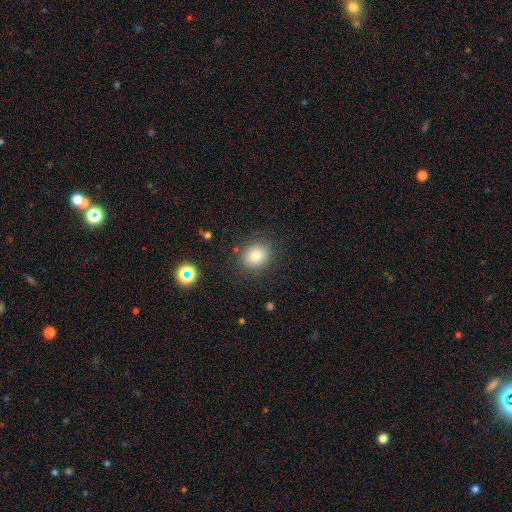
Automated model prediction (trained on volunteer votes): Smooth or featured: smooth — 78% (star or artifact — 13%)
How rounded: round — 72% (in between — 27%)
Merging: none — 85% (minor disturbance — 10%)